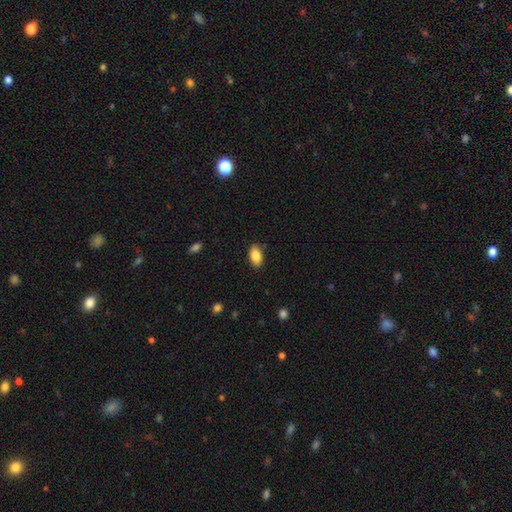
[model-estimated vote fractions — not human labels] smooth 87%, star or artifact 7%, featured or disk 6%. Down the decision tree: how rounded — in between (92%); merging — none (87%).